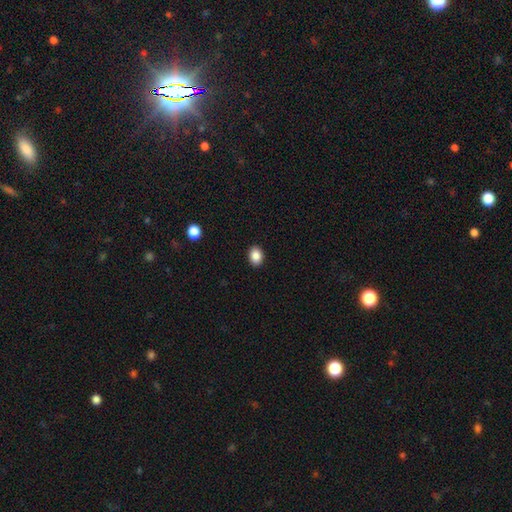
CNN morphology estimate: A smooth galaxy with no disk features (88%) that is in between round and cigar-shaped (66%).

Vote fractions:
- Smooth or featured? smooth: 88% / star or artifact: 9% / featured or disk: 3%
- How rounded? in between: 66% / round: 33% / cigar-shaped: 1%
- Merging? none: 91% / minor disturbance: 7% / major disturbance: 2% / merger: 1%